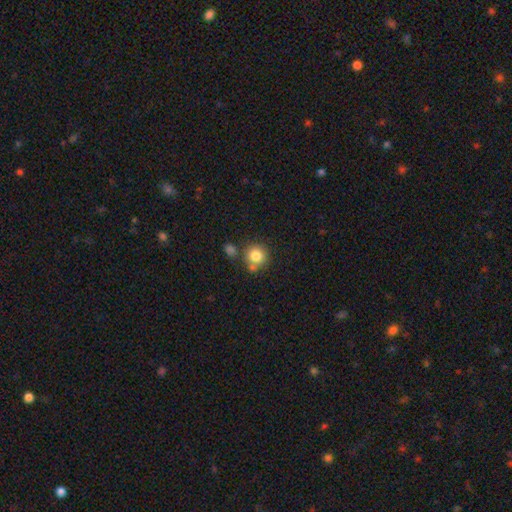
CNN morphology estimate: smooth-or-featured: smooth: 82% | star or artifact: 10% | featured or disk: 8%
  how-rounded: round: 89% | in between: 10% | cigar-shaped: 1%
  merging: none: 65% | merger: 18% | minor disturbance: 13% | major disturbance: 4%